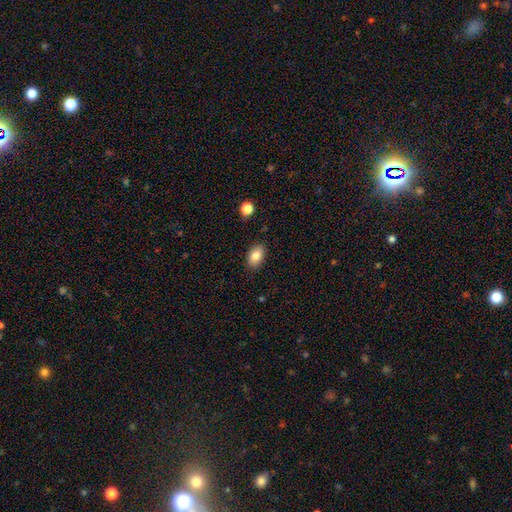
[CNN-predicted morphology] Smooth or featured? Predicted: smooth (p=0.85). How rounded? Predicted: in between (p=0.90). Merging? Predicted: none (p=0.86).